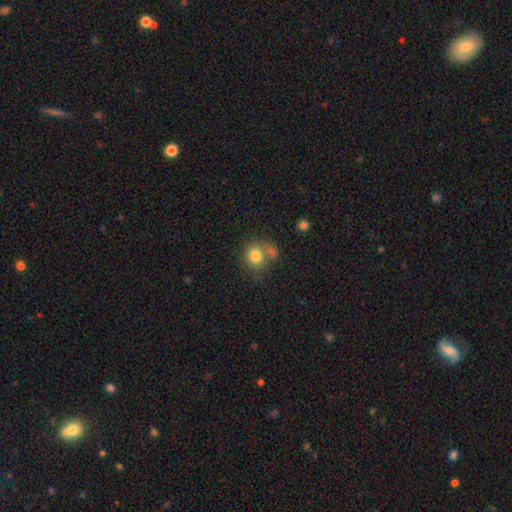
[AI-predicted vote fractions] smooth-or-featured: smooth: 79% | featured or disk: 11% | star or artifact: 10%
  how-rounded: round: 75% | in between: 24% | cigar-shaped: 1%
  merging: none: 46% | merger: 30% | minor disturbance: 15% | major disturbance: 9%